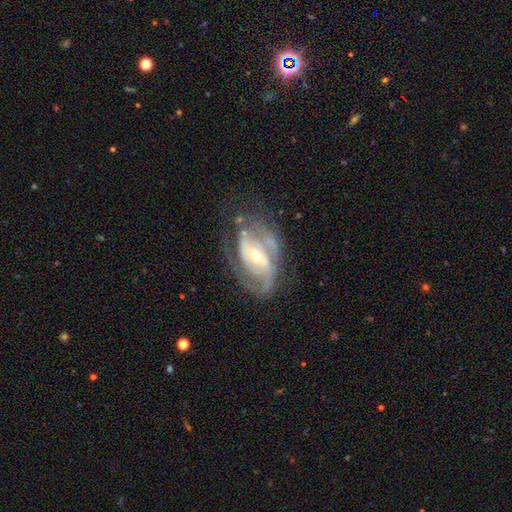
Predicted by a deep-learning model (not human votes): featured or disk 86%, star or artifact 7%, smooth 7%. Down the decision tree: edge-on disk — no (96%); bar — no (38%, tied with weak); spiral arms — yes (93%); spiral arm count — 2 (48%); spiral winding — tight (46%); bulge size — small (50%); merging — none (61%).